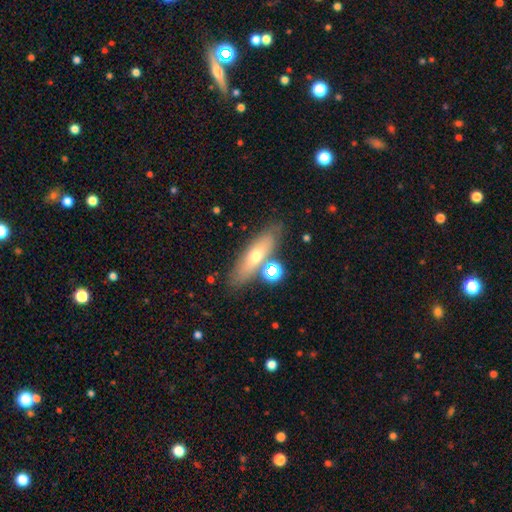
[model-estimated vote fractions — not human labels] Smooth or featured? smooth (54%)
How rounded? cigar-shaped (58%)
Merging? none (77%)